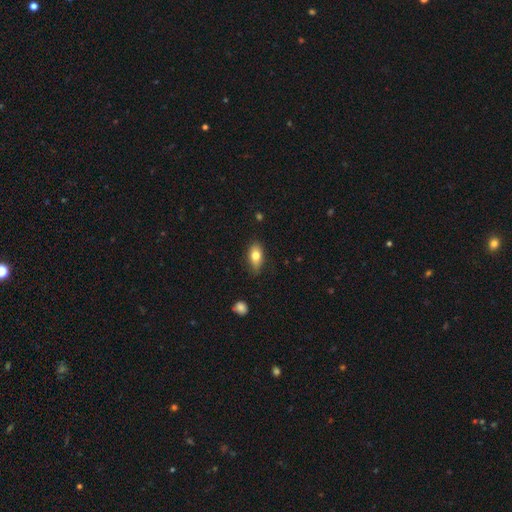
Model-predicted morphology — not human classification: Smooth or featured? Predicted: smooth (p=0.76). How rounded? Predicted: in between (p=0.84). Merging? Predicted: none (p=0.74).